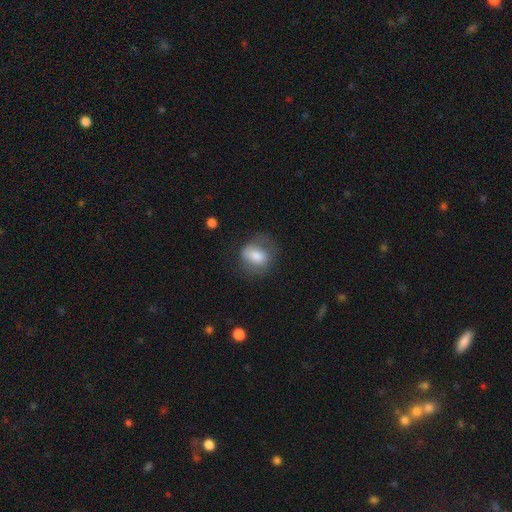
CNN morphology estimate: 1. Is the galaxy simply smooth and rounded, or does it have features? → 70% smooth, 23% featured or disk, 8% star or artifact.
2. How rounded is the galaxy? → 58% in between, 40% round, 2% cigar-shaped.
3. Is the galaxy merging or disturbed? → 56% none, 25% minor disturbance, 18% major disturbance, 2% merger.